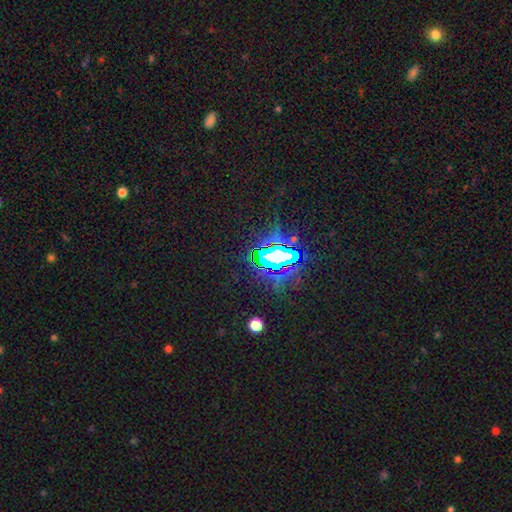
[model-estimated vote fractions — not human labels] This is likely a star or artifact rather than a galaxy (75%).